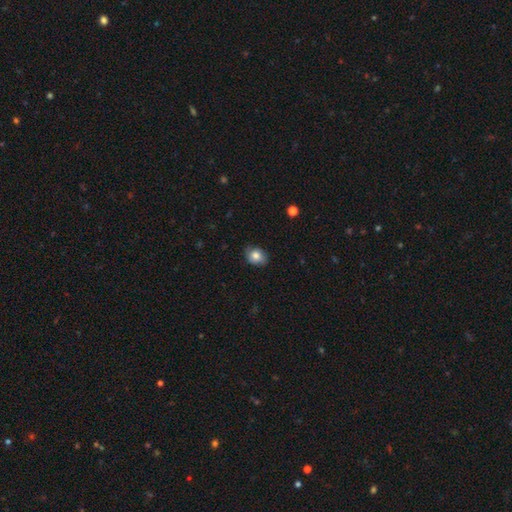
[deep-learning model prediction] Overall: smooth (78%). How rounded: round (51%; in between 48%). Merging: none (77%).